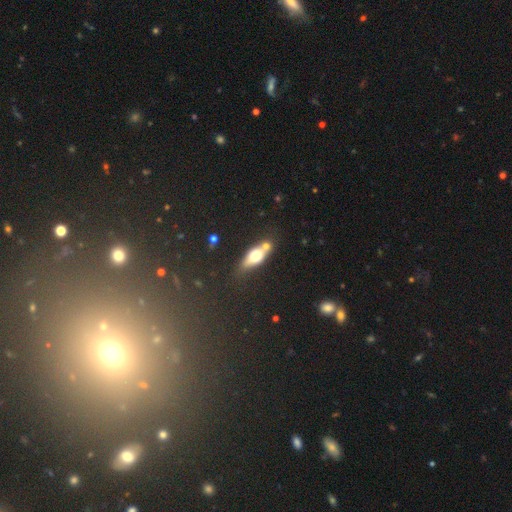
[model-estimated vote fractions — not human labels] Smooth or featured? Predicted: smooth (p=0.59). How rounded? Predicted: in between (p=0.67). Merging? Predicted: none (p=0.55).